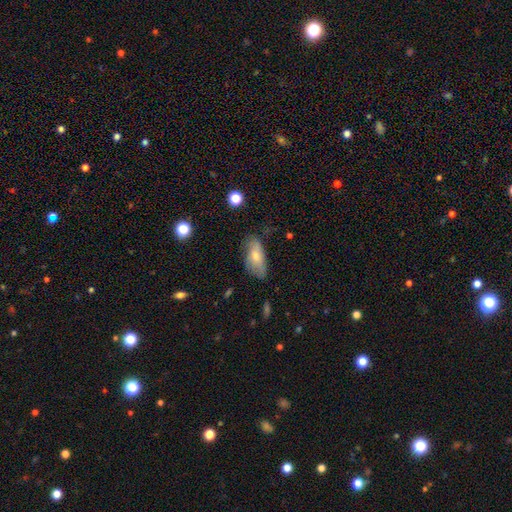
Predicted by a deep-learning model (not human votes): Smooth or featured? Predicted: smooth (p=0.63). How rounded? Predicted: in between (p=0.85). Merging? Predicted: none (p=0.62).